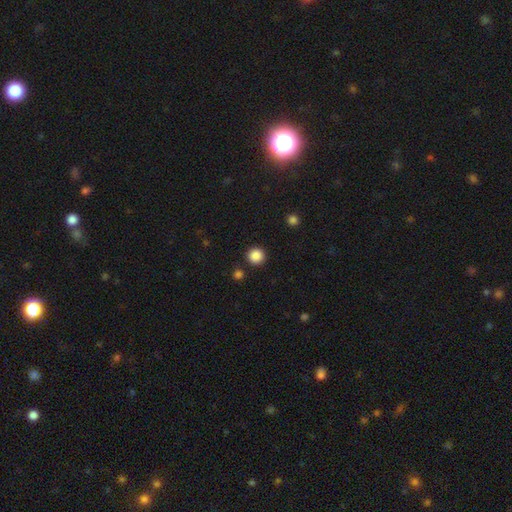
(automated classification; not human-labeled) Smooth or featured?
  - smooth: 87% *
  - star or artifact: 10%
  - featured or disk: 3%
How rounded?
  - round: 94% *
  - in between: 5%
  - cigar-shaped: 1%
Merging?
  - none: 90% *
  - minor disturbance: 5%
  - merger: 3%
  - major disturbance: 2%